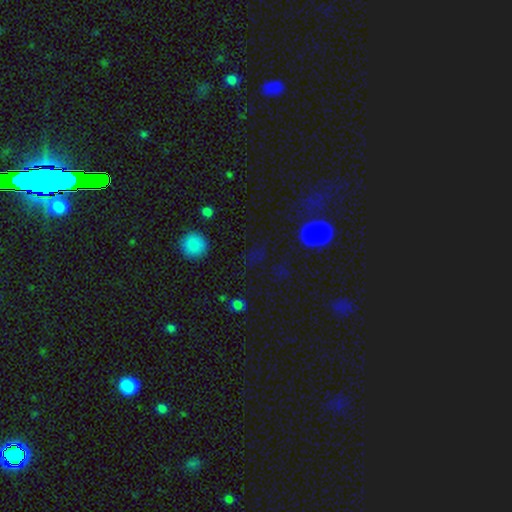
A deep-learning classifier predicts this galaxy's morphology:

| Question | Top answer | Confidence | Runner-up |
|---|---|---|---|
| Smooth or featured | smooth | 50% | star or artifact (39%) |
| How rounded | round | 62% | in between (34%) |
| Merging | none | 77% | minor disturbance (11%) |